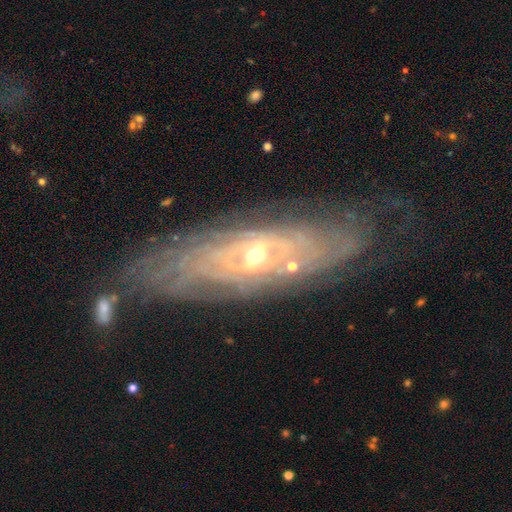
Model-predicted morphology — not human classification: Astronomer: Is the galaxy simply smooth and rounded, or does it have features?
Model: featured or disk — 86%.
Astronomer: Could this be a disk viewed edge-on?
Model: no — 82%.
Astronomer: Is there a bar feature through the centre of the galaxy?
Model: no — 38%, tied with weak at 38%.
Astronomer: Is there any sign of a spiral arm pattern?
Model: yes — 81%.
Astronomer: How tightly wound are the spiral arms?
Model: tight — 73%.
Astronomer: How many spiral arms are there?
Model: can't tell — 58%.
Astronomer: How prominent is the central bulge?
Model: moderate — 65%.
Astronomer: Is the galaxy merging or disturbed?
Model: none — 71%.